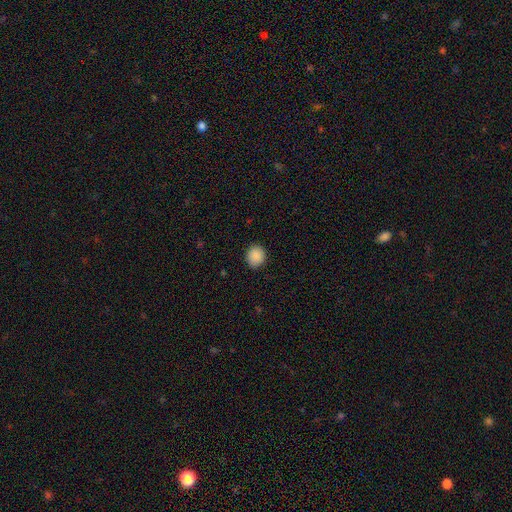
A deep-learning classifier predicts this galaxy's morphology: Smooth or featured? smooth (89%)
How rounded? round (80%)
Merging? none (89%)